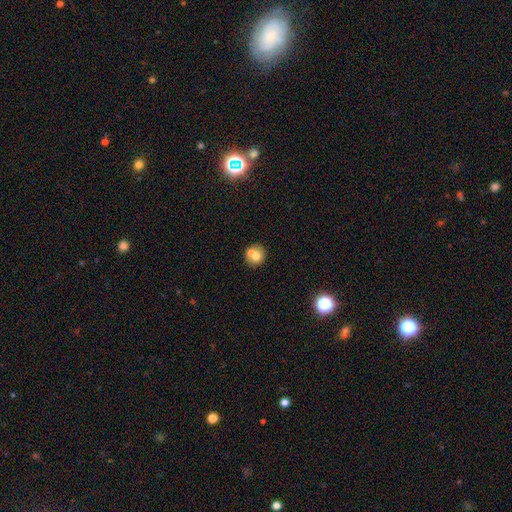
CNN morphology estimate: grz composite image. It shows a smooth galaxy with no disk features (68%) that is round (85%). Merging: none (48%).